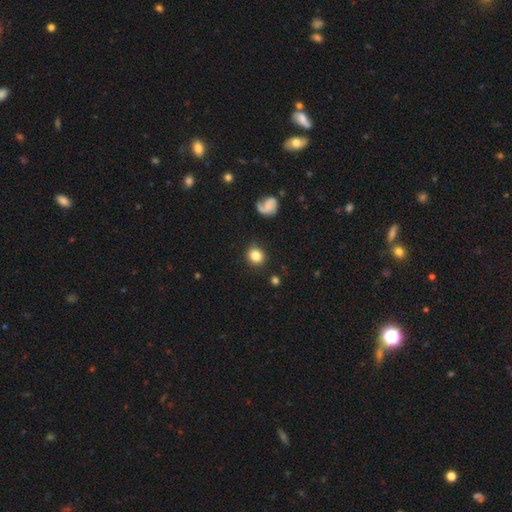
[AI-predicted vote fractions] Smooth or featured: smooth — 81% (featured or disk — 10%)
How rounded: round — 81% (in between — 18%)
Merging: none — 86% (minor disturbance — 9%)